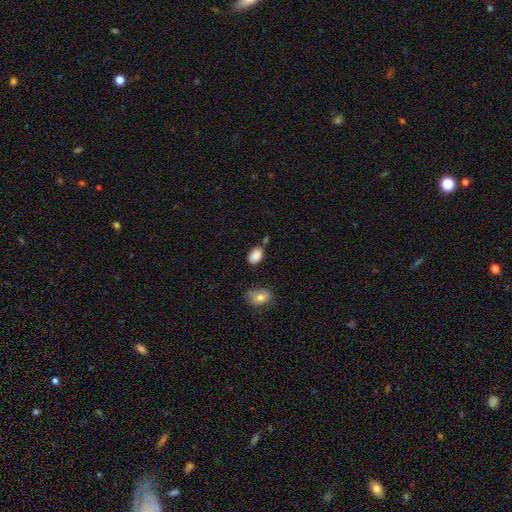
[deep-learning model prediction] The model was most divided on "merging": none: 69%, minor disturbance: 18%, merger: 9%, major disturbance: 4%. More confident: how rounded — in between (88%); smooth or featured — smooth (87%).